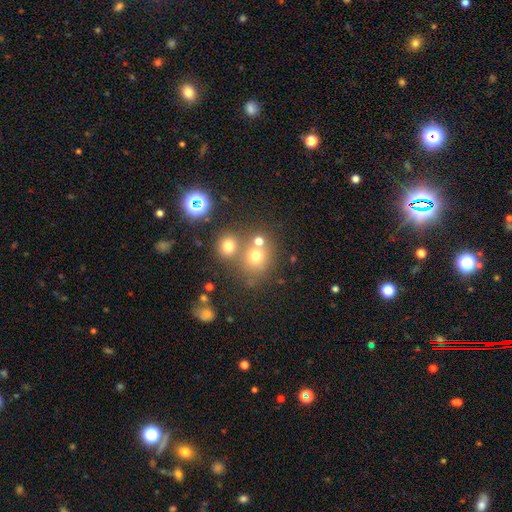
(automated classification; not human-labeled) This is likely a smooth galaxy (68%). How rounded: likely round (79%). Merging: possibly none (56%).